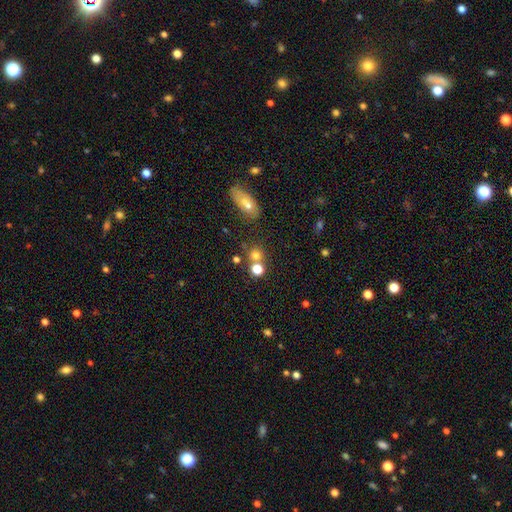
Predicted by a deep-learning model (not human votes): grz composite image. It shows a smooth galaxy with no disk features (73%) that is round (86%). Merging: none (60%).